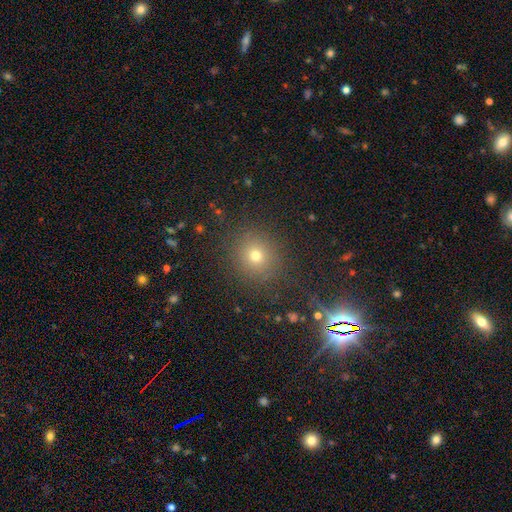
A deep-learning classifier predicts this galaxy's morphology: type=smooth (67%); roundness=round (88%); merging=none (88%).